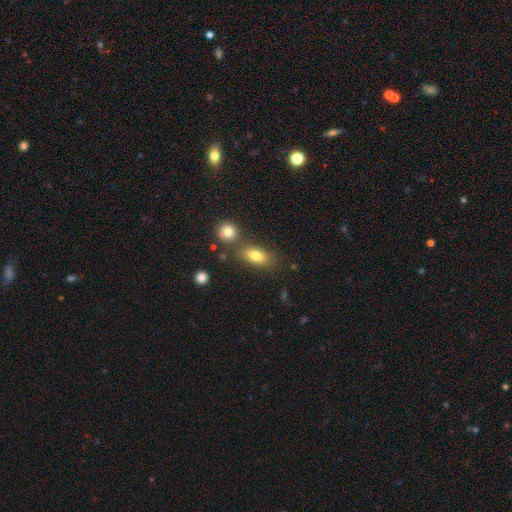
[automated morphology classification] The model was most divided on "merging": none: 68%, merger: 15%, minor disturbance: 13%, major disturbance: 5%. More confident: how rounded — in between (83%); smooth or featured — smooth (78%).